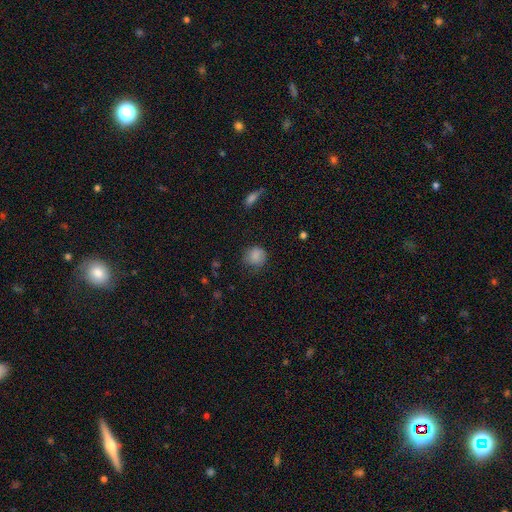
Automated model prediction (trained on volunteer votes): The model was most divided on "merging": none: 63%, minor disturbance: 27%, major disturbance: 9%, merger: 1%. More confident: smooth or featured — smooth (84%); how rounded — round (78%).